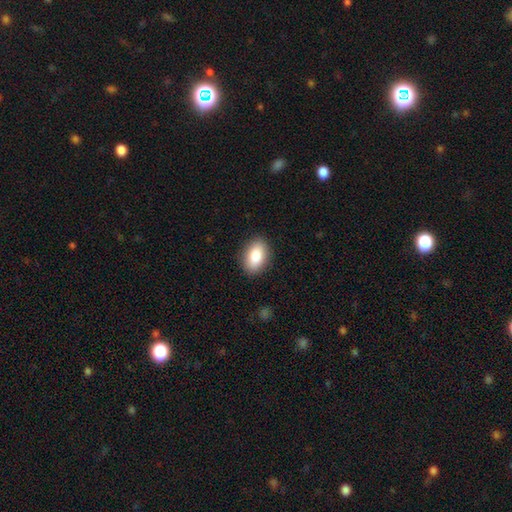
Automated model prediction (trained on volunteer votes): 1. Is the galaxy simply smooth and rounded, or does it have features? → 85% smooth, 8% featured or disk, 7% star or artifact.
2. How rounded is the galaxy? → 89% in between, 10% round, 2% cigar-shaped.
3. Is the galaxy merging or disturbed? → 88% none, 8% minor disturbance, 2% major disturbance, 1% merger.